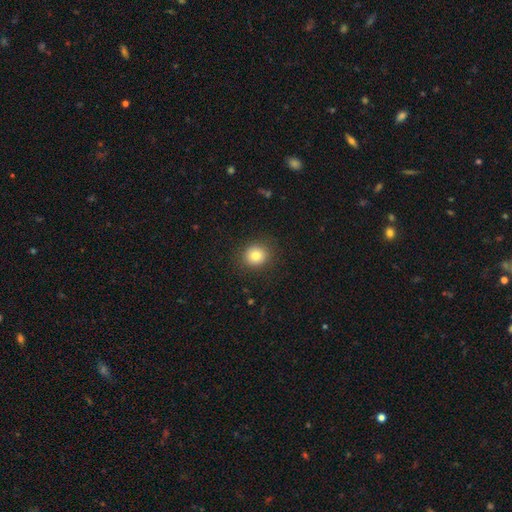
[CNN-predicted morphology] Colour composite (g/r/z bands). It shows a smooth galaxy with no disk features (80%) that is round (85%). Merging: none (88%).